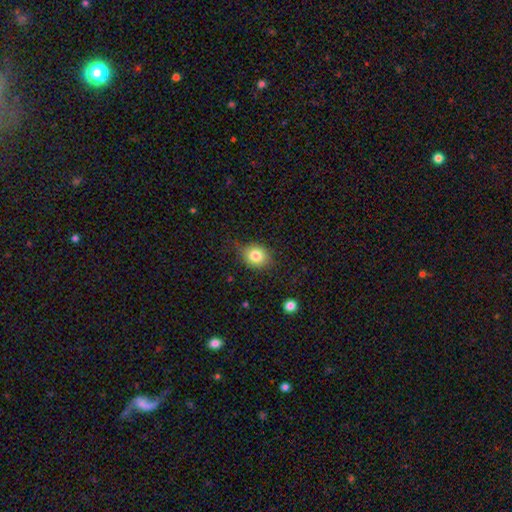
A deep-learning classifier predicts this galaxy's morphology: Smooth or featured? smooth (80%)
How rounded? round (58%)
Merging? none (71%)